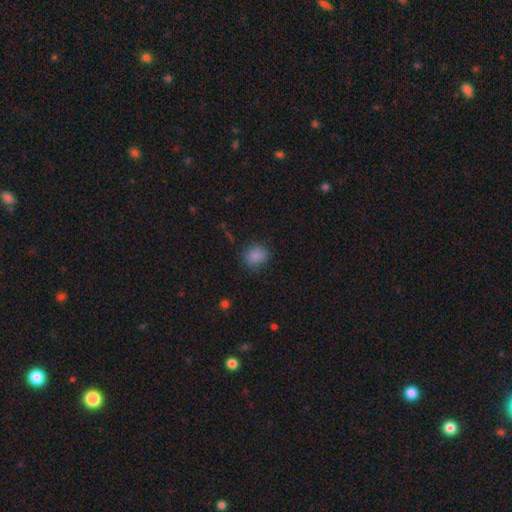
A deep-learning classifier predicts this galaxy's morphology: The model was most divided on "how rounded": round: 71%, in between: 28%, cigar-shaped: 1%. More confident: smooth or featured — smooth (85%); merging — none (80%).